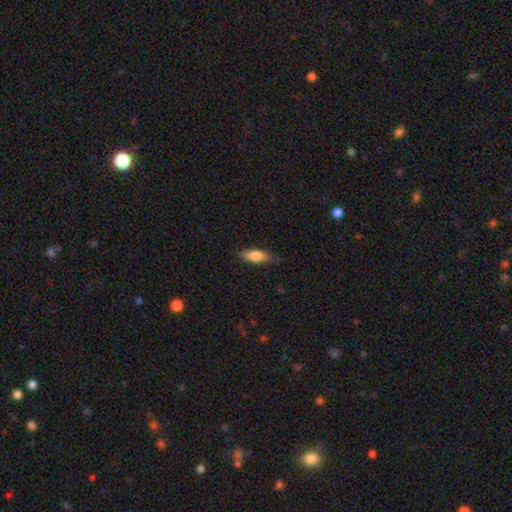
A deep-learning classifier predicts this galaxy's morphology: Smooth or featured?
  - smooth: 79% *
  - featured or disk: 15%
  - star or artifact: 7%
How rounded?
  - in between: 66% *
  - cigar-shaped: 31%
  - round: 2%
Merging?
  - none: 73% *
  - minor disturbance: 22%
  - major disturbance: 4%
  - merger: 1%